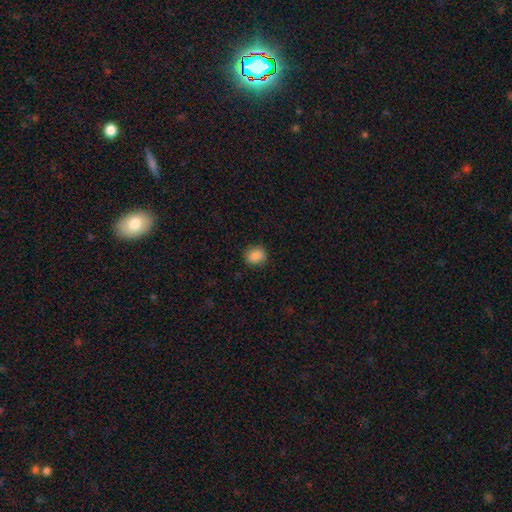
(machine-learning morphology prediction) This appears to be a smooth galaxy with no disk features (88%) that is round (70%). Merging: none (87%).